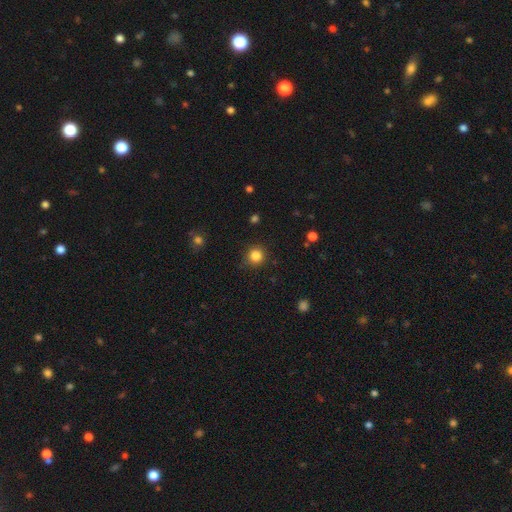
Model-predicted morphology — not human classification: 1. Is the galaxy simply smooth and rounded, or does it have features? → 84% smooth, 12% star or artifact, 4% featured or disk.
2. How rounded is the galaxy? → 93% round, 6% in between, 1% cigar-shaped.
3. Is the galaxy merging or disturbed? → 88% none, 8% minor disturbance, 3% major disturbance, 1% merger.